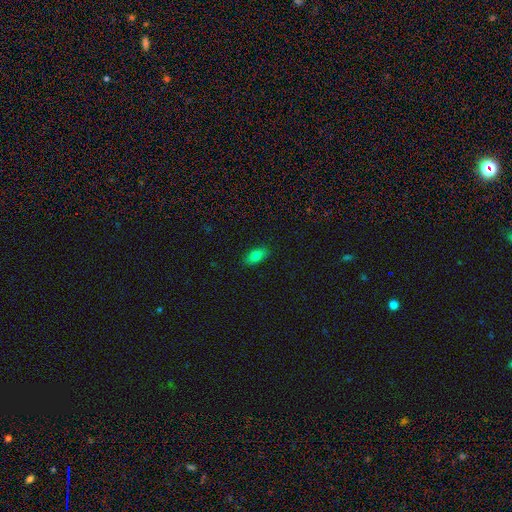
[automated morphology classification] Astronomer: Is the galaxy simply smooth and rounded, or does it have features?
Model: smooth — 79%.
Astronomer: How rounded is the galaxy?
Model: in between — 87%.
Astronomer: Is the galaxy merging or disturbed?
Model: none — 87%.